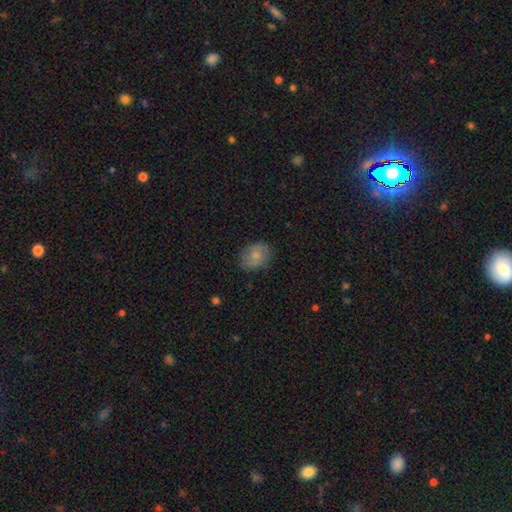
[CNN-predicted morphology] type=smooth (77%); roundness=in between (63%); merging=none (77%).